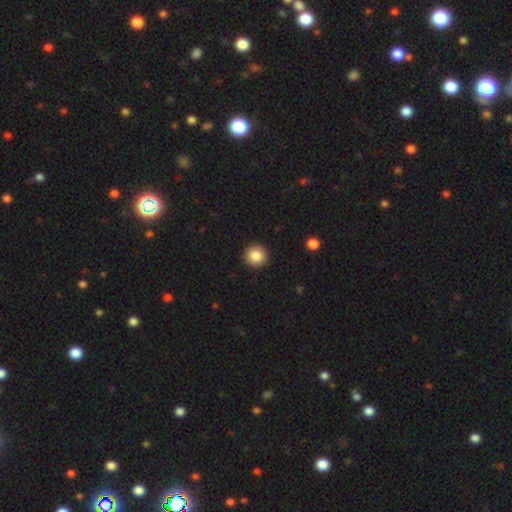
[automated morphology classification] A smooth galaxy with no disk features (86%) that is round (95%).

Vote fractions:
- Smooth or featured? smooth: 86% / star or artifact: 9% / featured or disk: 5%
- How rounded? round: 95% / in between: 4% / cigar-shaped: 1%
- Merging? none: 93% / minor disturbance: 4% / major disturbance: 2% / merger: 1%